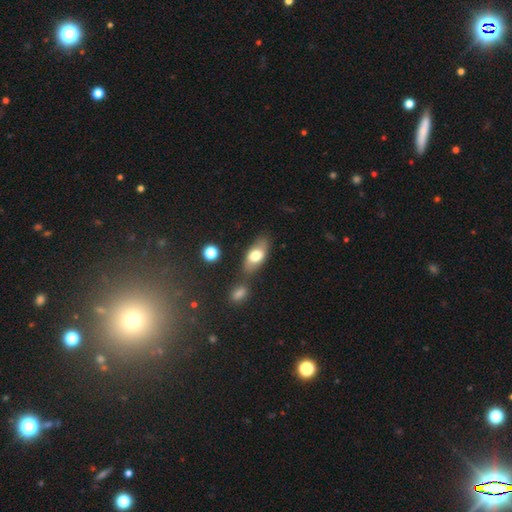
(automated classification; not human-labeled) Overall: smooth (69%). How rounded: in between (85%). Merging: none (65%).